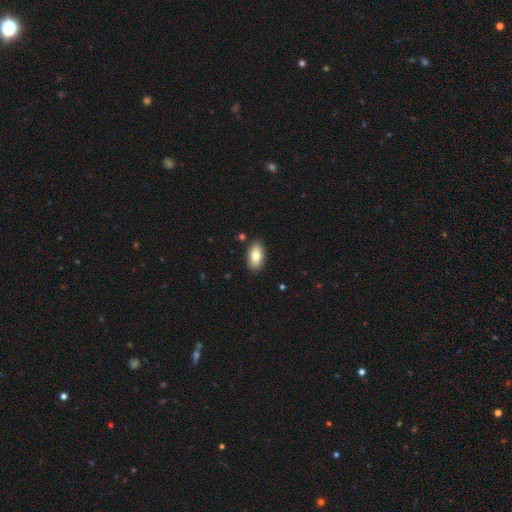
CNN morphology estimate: A smooth galaxy with no disk features (80%) that is in between round and cigar-shaped (93%). Merging: none (88%).